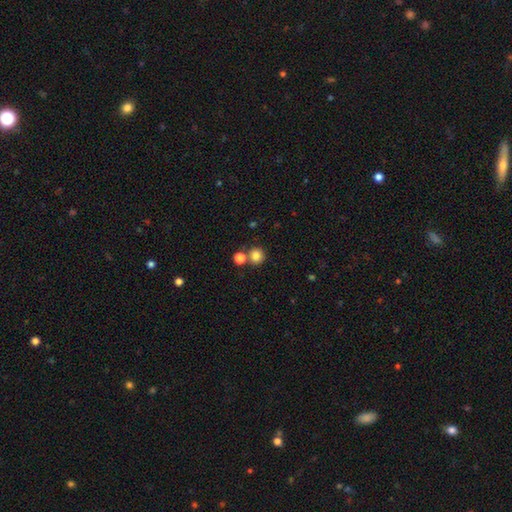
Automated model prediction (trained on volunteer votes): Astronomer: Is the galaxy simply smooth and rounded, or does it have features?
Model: smooth — 82%.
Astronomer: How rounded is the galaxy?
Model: round — 90%.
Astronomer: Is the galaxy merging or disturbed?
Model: none — 70%.